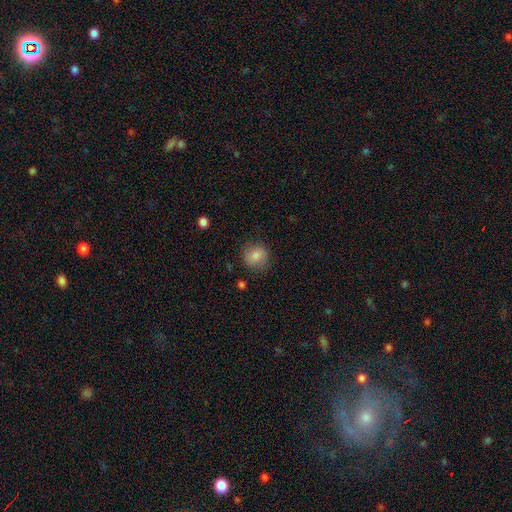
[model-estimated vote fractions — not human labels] A smooth galaxy with no disk features (82%) that is round (84%).

Vote fractions:
- Smooth or featured? smooth: 82% / featured or disk: 10% / star or artifact: 9%
- How rounded? round: 84% / in between: 15% / cigar-shaped: 1%
- Merging? none: 82% / minor disturbance: 13% / major disturbance: 4% / merger: 1%